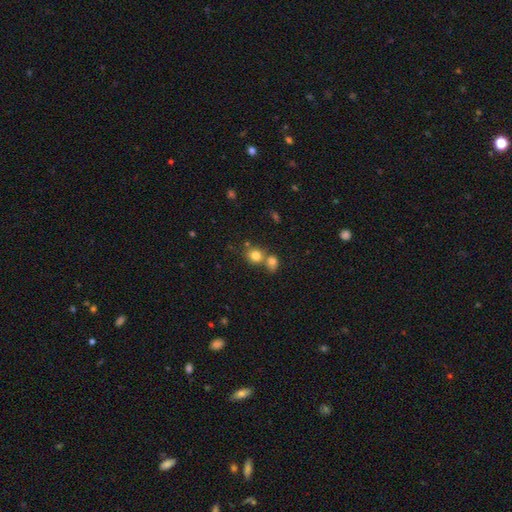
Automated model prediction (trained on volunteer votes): Smooth or featured? Predicted: smooth (p=0.79). How rounded? Predicted: round (p=0.77). Merging? Predicted: none (p=0.46).